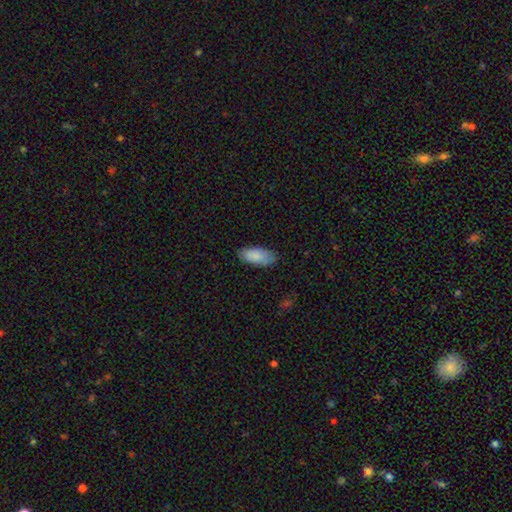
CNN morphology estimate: A smooth galaxy with no disk features (85%) that is in between round and cigar-shaped (88%). Merging: none (80%).